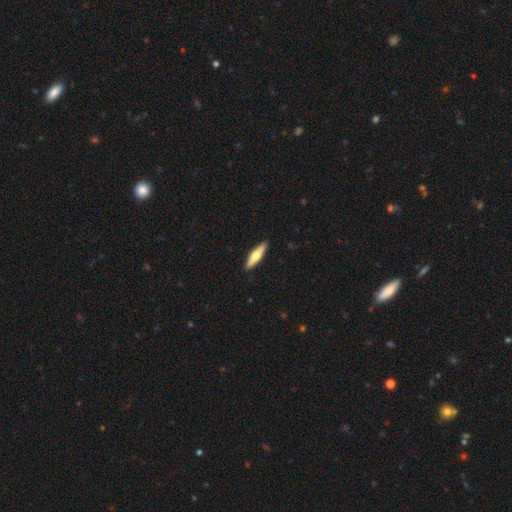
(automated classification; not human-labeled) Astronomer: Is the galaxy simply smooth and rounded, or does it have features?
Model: smooth — 52% (runner-up: featured or disk, 43%).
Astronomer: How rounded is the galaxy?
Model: cigar-shaped — 71%.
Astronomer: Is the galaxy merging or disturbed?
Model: none — 91%.